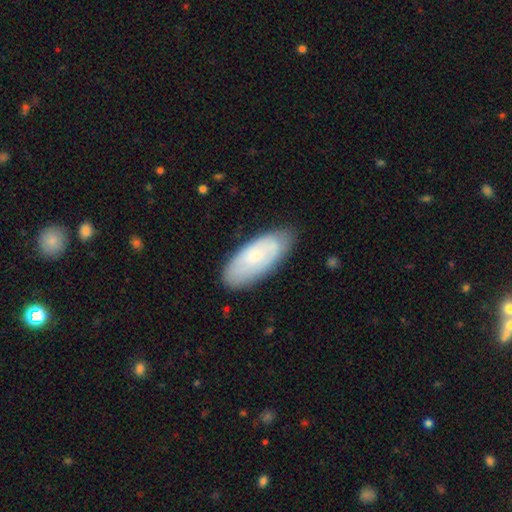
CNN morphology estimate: A smooth galaxy with no disk features (61%) that is in between round and cigar-shaped (82%). Merging: none (75%).